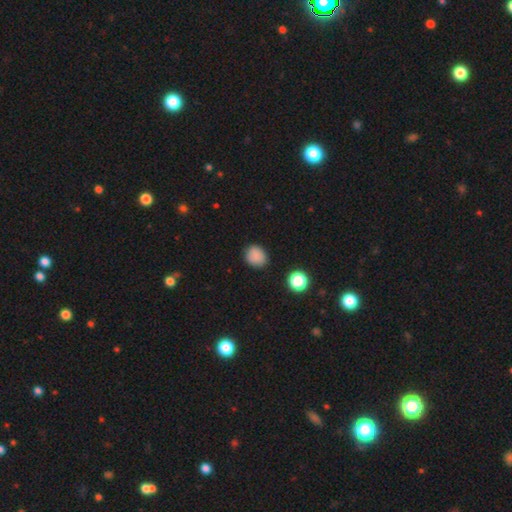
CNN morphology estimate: Smooth or featured? Predicted: smooth (p=0.86). How rounded? Predicted: round (p=0.79). Merging? Predicted: none (p=0.85).